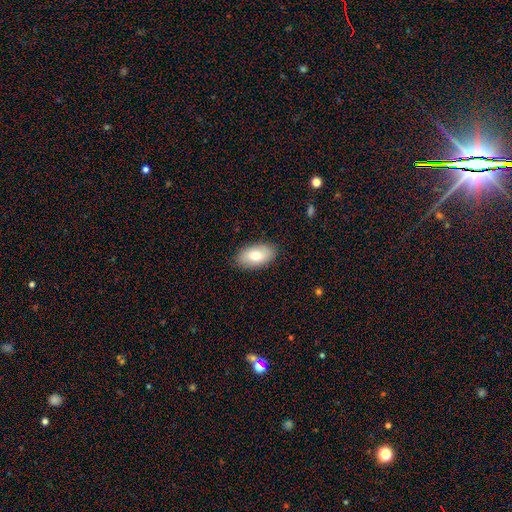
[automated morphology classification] Overall: smooth (77%). How rounded: in between (94%). Merging: none (87%).